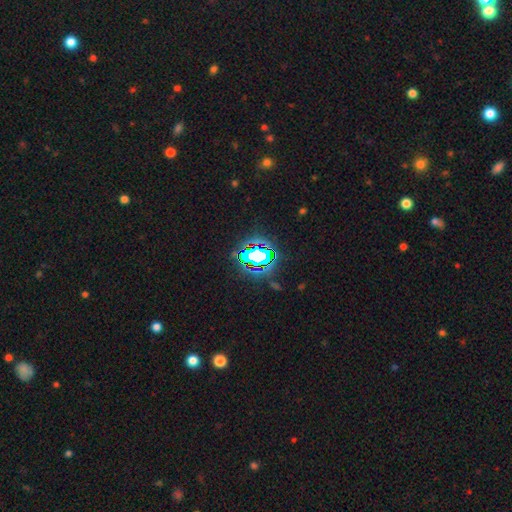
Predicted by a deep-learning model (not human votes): Overall: star or artifact (67%).